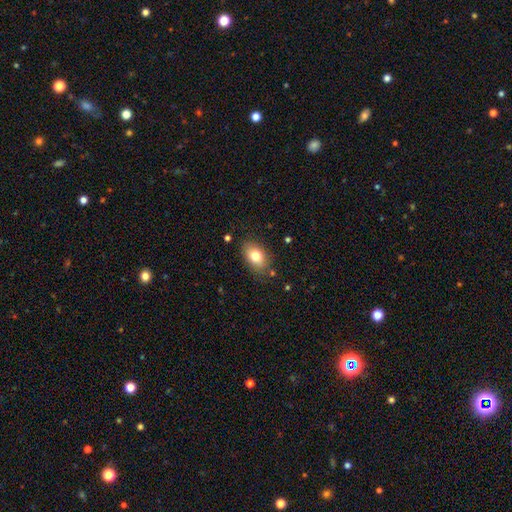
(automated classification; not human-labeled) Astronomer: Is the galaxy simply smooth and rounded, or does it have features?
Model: smooth — 78%.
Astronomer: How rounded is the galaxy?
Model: in between — 84%.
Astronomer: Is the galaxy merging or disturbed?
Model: none — 80%.